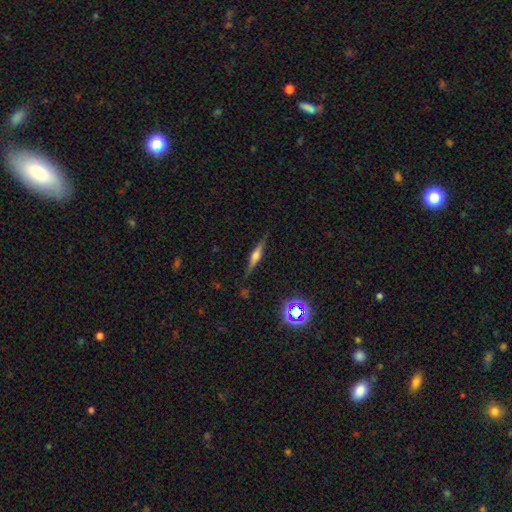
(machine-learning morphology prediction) This is likely a featured or disk galaxy (62%). It is clearly viewed edge-on (96%). Edge-on bulge: likely rounded (76%). Merging: clearly none (84%).